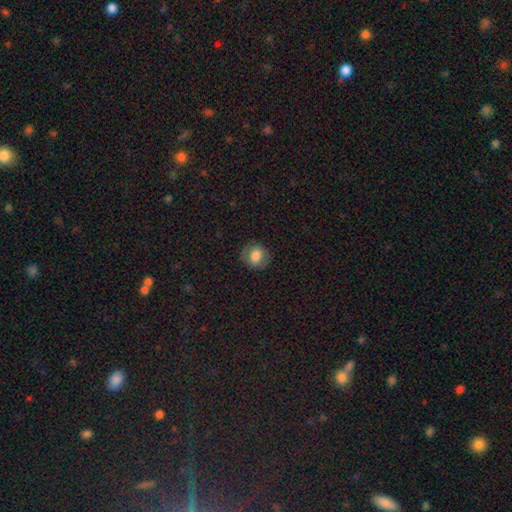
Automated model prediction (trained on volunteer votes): The model was most divided on "how rounded": round: 71%, in between: 28%, cigar-shaped: 1%. More confident: merging — none (83%); smooth or featured — smooth (76%).